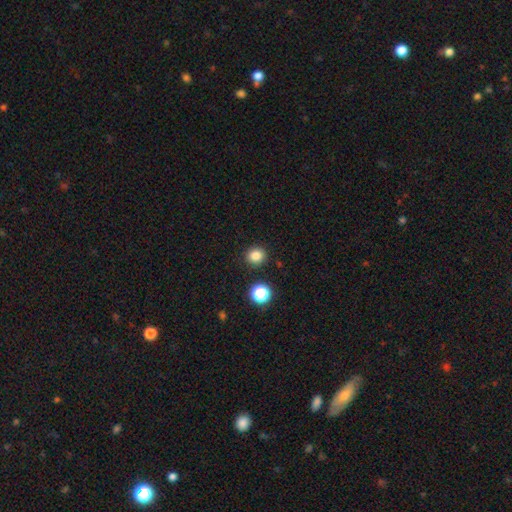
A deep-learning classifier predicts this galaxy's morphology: This is clearly a smooth galaxy (82%). How rounded: clearly round (87%). Merging: clearly none (90%).